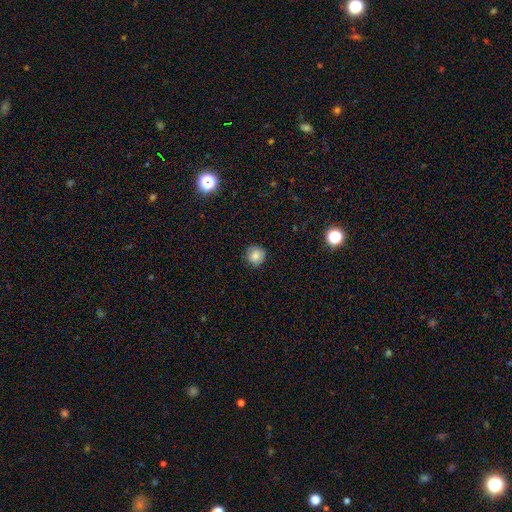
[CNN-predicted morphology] This is clearly a smooth galaxy (84%). How rounded: clearly round (93%). Merging: clearly none (86%).